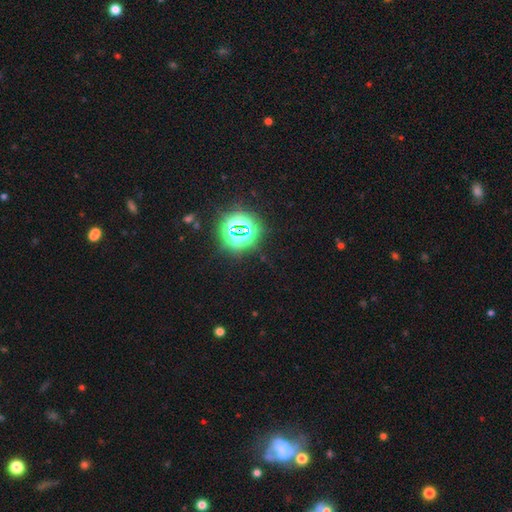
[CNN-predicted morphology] A star or artifact, not a galaxy (81%).